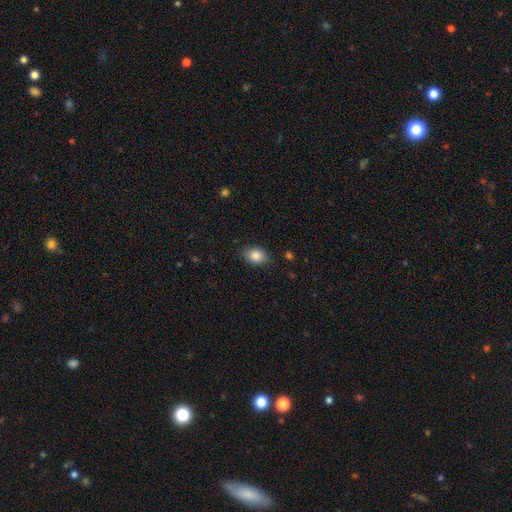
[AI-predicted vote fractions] A smooth galaxy with no disk features (85%) that is in between round and cigar-shaped (74%). Merging: none (84%).